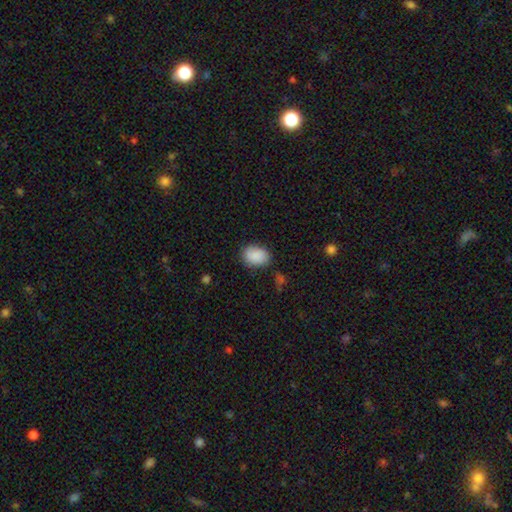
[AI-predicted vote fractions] Smooth or featured?
  - smooth: 89% *
  - star or artifact: 7%
  - featured or disk: 4%
How rounded?
  - in between: 77% *
  - round: 22%
  - cigar-shaped: 1%
Merging?
  - none: 78% *
  - minor disturbance: 16%
  - major disturbance: 4%
  - merger: 3%